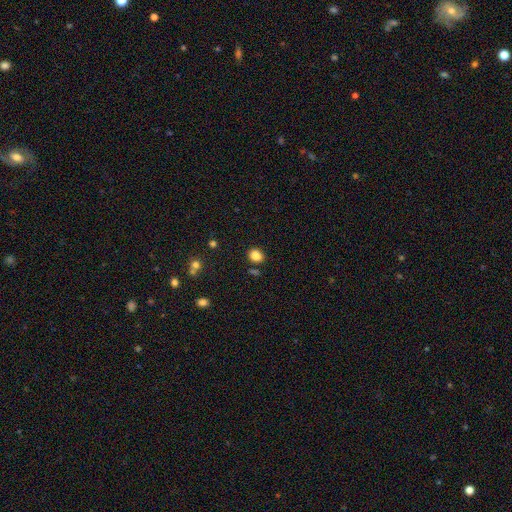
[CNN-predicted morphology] Smooth or featured: smooth — 85% (star or artifact — 11%)
How rounded: round — 60% (in between — 39%)
Merging: none — 83% (minor disturbance — 10%)